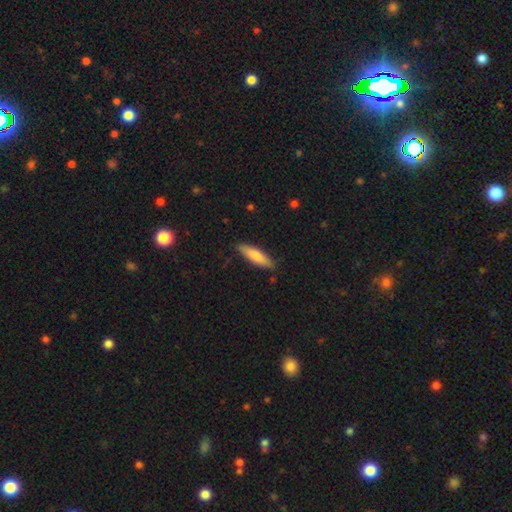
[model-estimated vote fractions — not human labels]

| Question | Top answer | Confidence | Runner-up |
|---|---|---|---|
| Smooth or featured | smooth | 80% | featured or disk (15%) |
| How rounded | cigar-shaped | 60% | in between (38%) |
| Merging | none | 84% | minor disturbance (13%) |